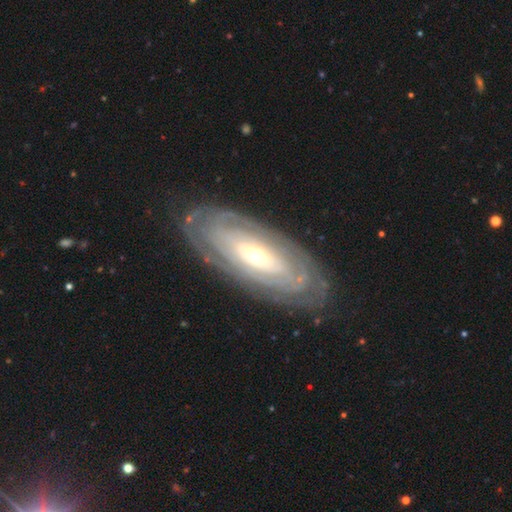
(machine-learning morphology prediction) The model was most divided on "bulge size": small: 58%, moderate: 37%, large: 3%, dominant: 1%, none: 1%. More confident: edge-on disk — no (88%); spiral winding — tight (85%); merging — none (83%); spiral arms — yes (81%); smooth or featured — featured or disk (81%); bar — no (70%); spiral arm count — can't tell (60%).